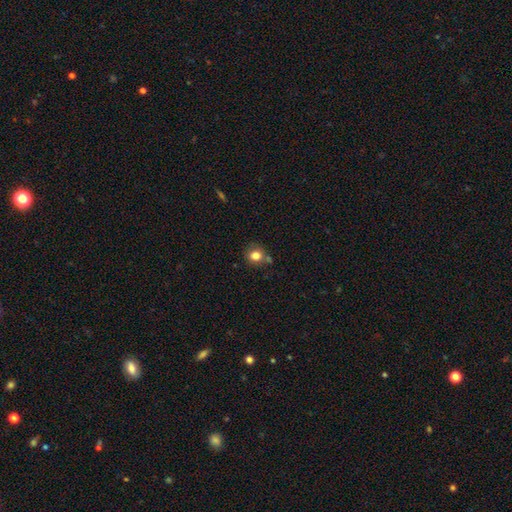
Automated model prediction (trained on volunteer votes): A smooth galaxy with no disk features (81%) that is round (77%). Merging: none (65%).